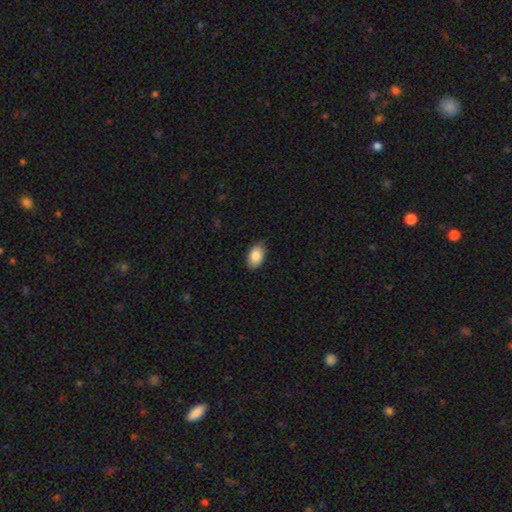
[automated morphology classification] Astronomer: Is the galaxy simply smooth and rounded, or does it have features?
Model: smooth — 88%.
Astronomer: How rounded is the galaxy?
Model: in between — 91%.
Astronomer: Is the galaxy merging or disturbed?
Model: none — 85%.